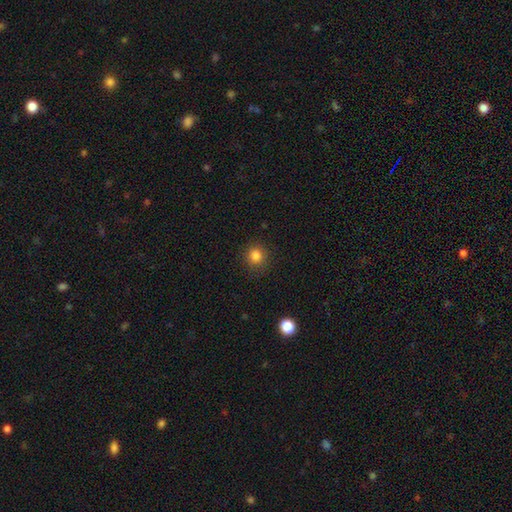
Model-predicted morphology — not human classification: A smooth galaxy with no disk features (84%) that is round (88%). Merging: none (87%).